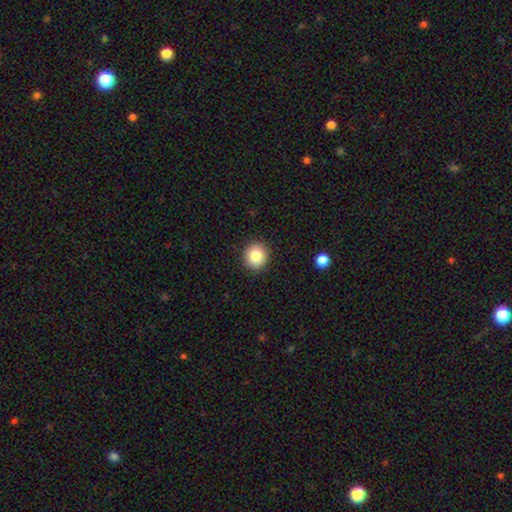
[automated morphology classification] Smooth or featured? Predicted: smooth (p=0.84). How rounded? Predicted: round (p=0.89). Merging? Predicted: none (p=0.91).